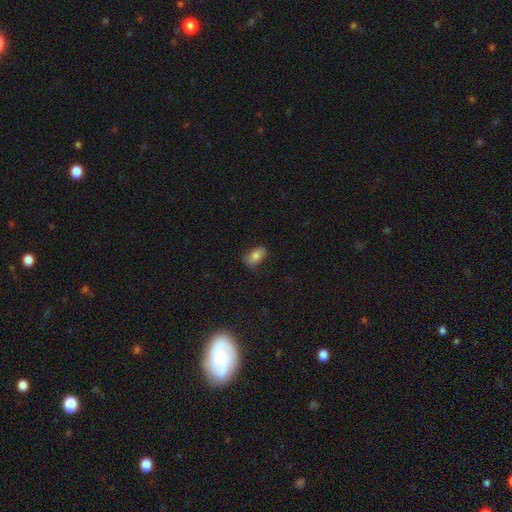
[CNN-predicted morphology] smooth 78%, featured or disk 13%, star or artifact 9%. Down the decision tree: how rounded — in between (90%); merging — none (78%).